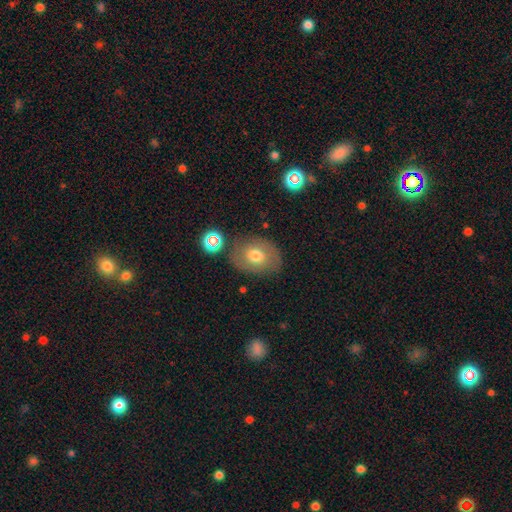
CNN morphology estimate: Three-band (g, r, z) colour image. It shows a smooth galaxy with no disk features (62%) that is in between round and cigar-shaped (55%). Merging: none (75%).